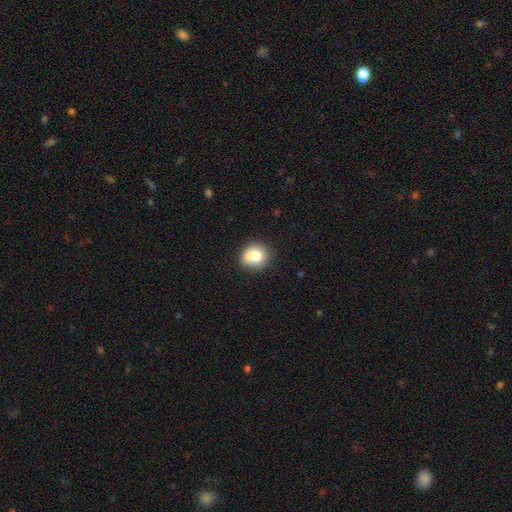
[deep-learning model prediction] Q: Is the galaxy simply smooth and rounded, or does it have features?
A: smooth — 74%.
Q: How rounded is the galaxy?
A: round — 80%.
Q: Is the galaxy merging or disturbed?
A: none — 53%.